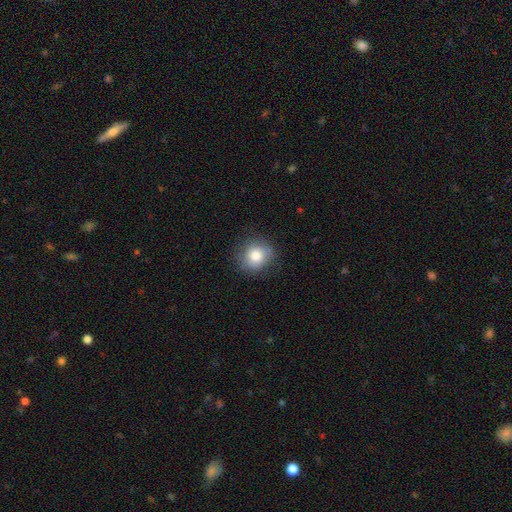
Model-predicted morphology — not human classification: A smooth galaxy with no disk features (81%) that is round (82%).

Vote fractions:
- Smooth or featured? smooth: 81% / featured or disk: 10% / star or artifact: 9%
- How rounded? round: 82% / in between: 17% / cigar-shaped: 1%
- Merging? none: 81% / minor disturbance: 14% / major disturbance: 4% / merger: 1%